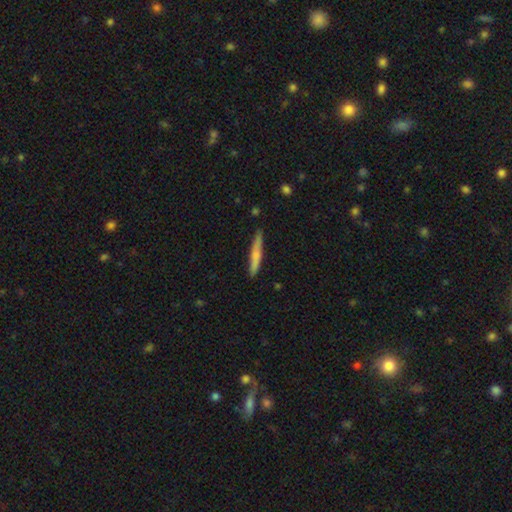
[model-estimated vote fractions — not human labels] A smooth galaxy with no disk features (64%) that is cigar-shaped (94%). Merging: none (85%).